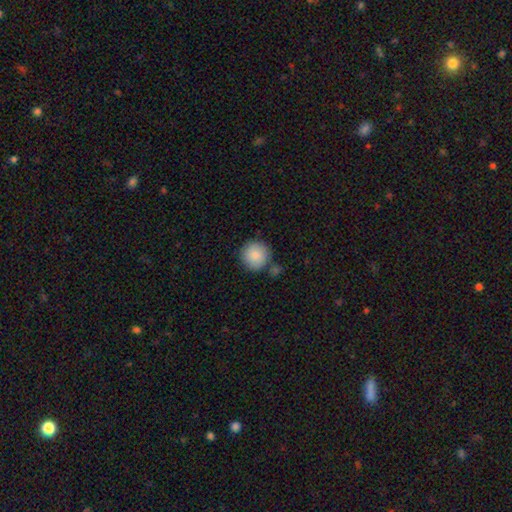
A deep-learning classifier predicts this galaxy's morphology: Smooth or featured? smooth (87%)
How rounded? round (94%)
Merging? none (75%)